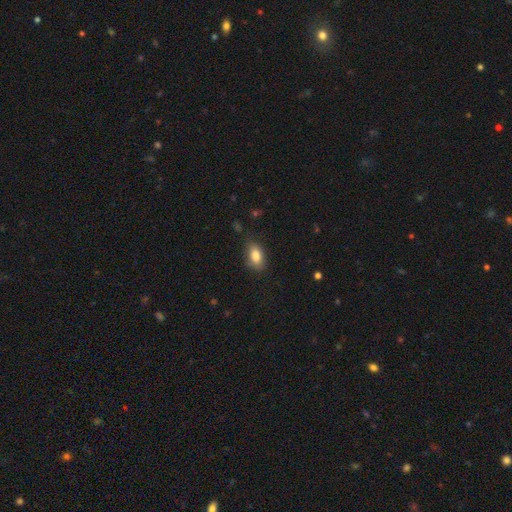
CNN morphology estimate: Overall: smooth (83%). How rounded: in between (88%). Merging: none (77%).